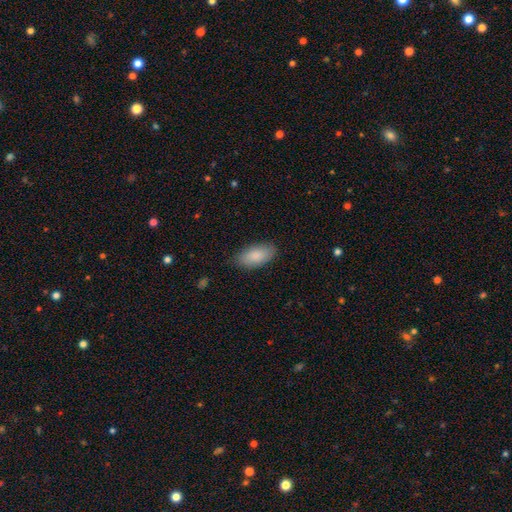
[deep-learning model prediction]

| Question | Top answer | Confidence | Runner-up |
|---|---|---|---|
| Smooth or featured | smooth | 87% | featured or disk (8%) |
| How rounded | in between | 91% | cigar-shaped (6%) |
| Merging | none | 82% | minor disturbance (14%) |